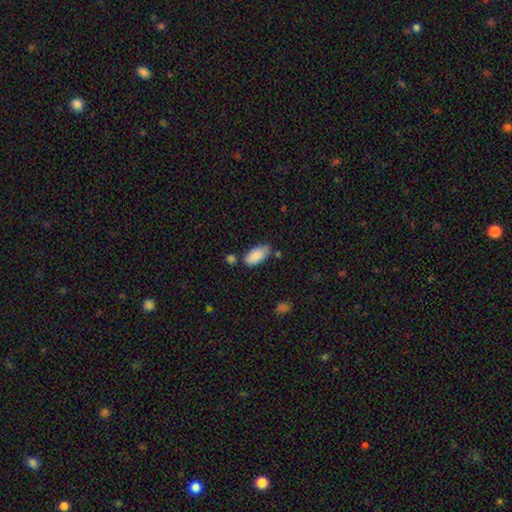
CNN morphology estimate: type=smooth (88%); roundness=in between (91%); merging=none (65%).